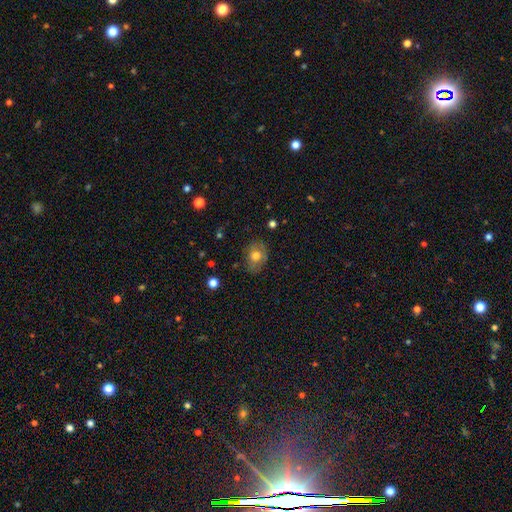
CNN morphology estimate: Q: Smooth or featured?
A: smooth (70%); runner-up: featured or disk (20%)
Q: How rounded?
A: in between (63%); runner-up: round (36%)
Q: Merging?
A: none (75%); runner-up: minor disturbance (18%)